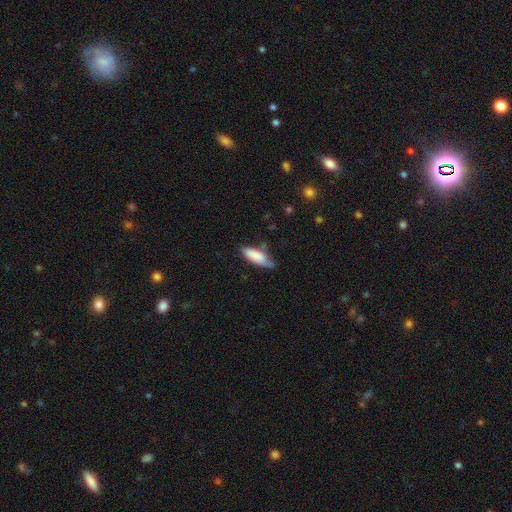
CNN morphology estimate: Smooth or featured?
  - smooth: 80% *
  - featured or disk: 13%
  - star or artifact: 6%
How rounded?
  - in between: 67% *
  - cigar-shaped: 32%
  - round: 2%
Merging?
  - none: 49% *
  - minor disturbance: 38%
  - major disturbance: 9%
  - merger: 4%